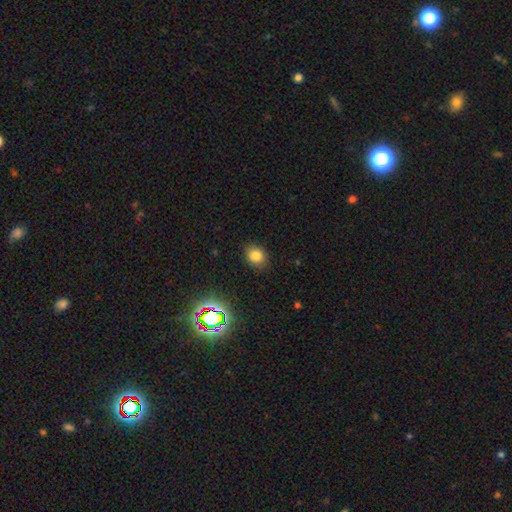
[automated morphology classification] smooth 80%, star or artifact 14%, featured or disk 6%. Down the decision tree: how rounded — round (54%); merging — none (86%).